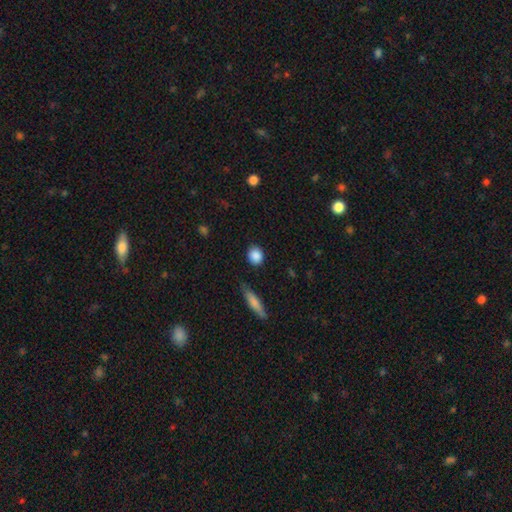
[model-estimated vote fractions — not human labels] Smooth or featured? smooth (88%)
How rounded? round (77%)
Merging? none (86%)